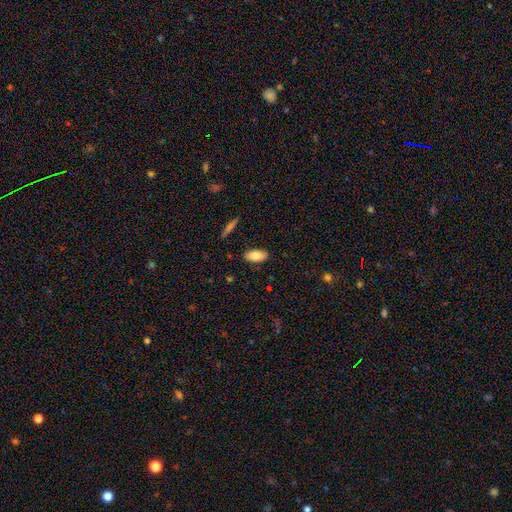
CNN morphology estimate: smooth-or-featured: smooth: 83% | featured or disk: 10% | star or artifact: 7%
  how-rounded: in between: 91% | cigar-shaped: 6% | round: 2%
  merging: none: 87% | minor disturbance: 9% | major disturbance: 2% | merger: 1%